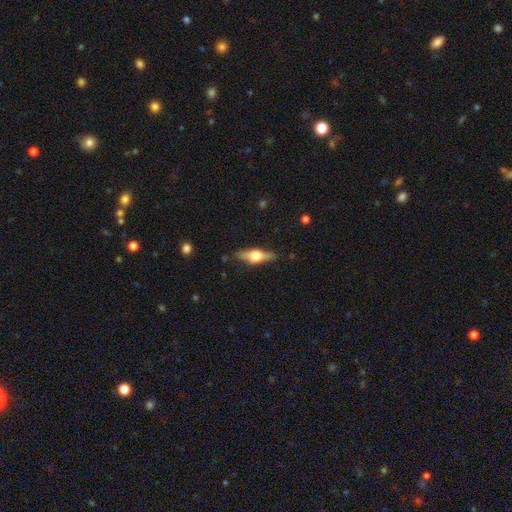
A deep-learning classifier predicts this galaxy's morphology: type=featured or disk (65%); edge-on=yes (95%); edge-on bulge=rounded (94%); merging=none (86%).